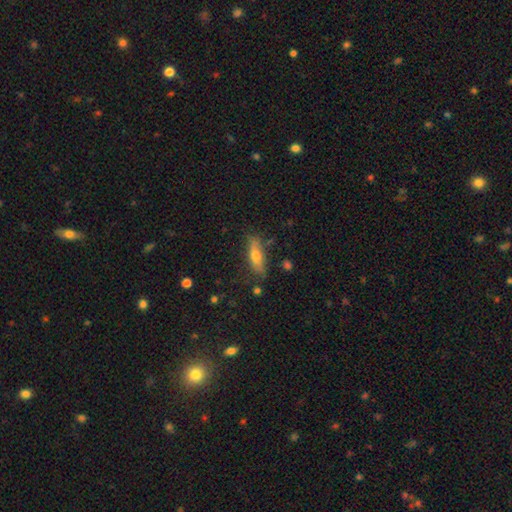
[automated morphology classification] This is possibly a smooth galaxy (60%). How rounded: possibly cigar-shaped (52%). Merging: likely none (76%).